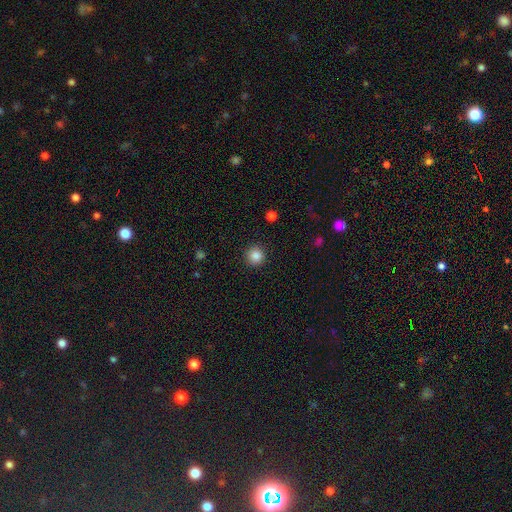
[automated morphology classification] type=smooth (86%); roundness=round (94%); merging=none (92%).